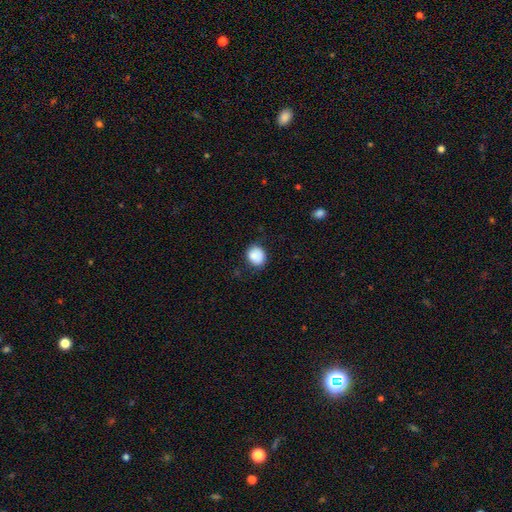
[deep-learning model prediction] The model was most divided on "how rounded": round: 69%, in between: 30%, cigar-shaped: 1%. More confident: smooth or featured — smooth (85%); merging — none (73%).